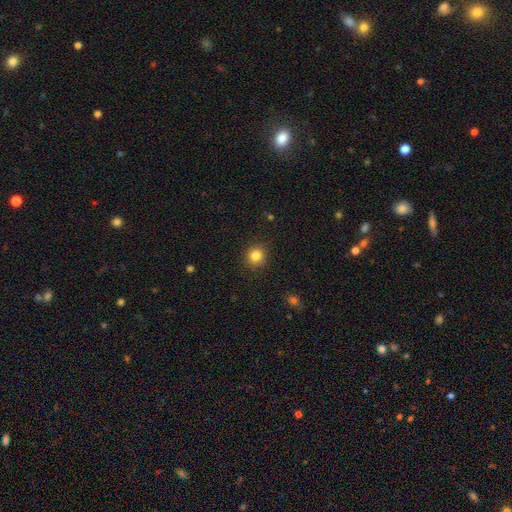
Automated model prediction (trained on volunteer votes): This appears to be a smooth galaxy with no disk features (83%) that is round (89%). Merging: none (90%).